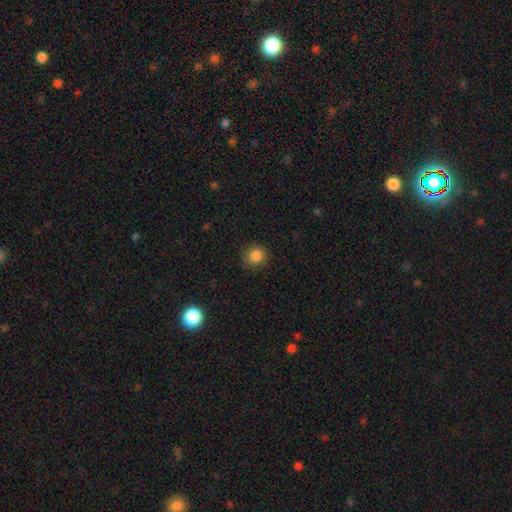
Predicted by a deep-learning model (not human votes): Smooth or featured: smooth — 85% (star or artifact — 11%)
How rounded: round — 90% (in between — 9%)
Merging: none — 86% (minor disturbance — 10%)